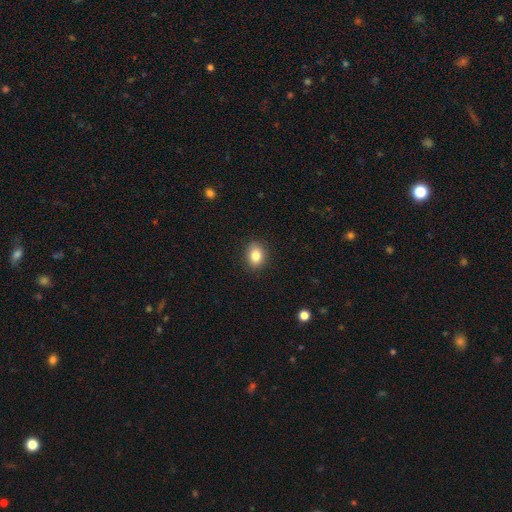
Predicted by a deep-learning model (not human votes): The model was most divided on "how rounded": in between: 55%, round: 44%, cigar-shaped: 1%. More confident: merging — none (87%); smooth or featured — smooth (83%).